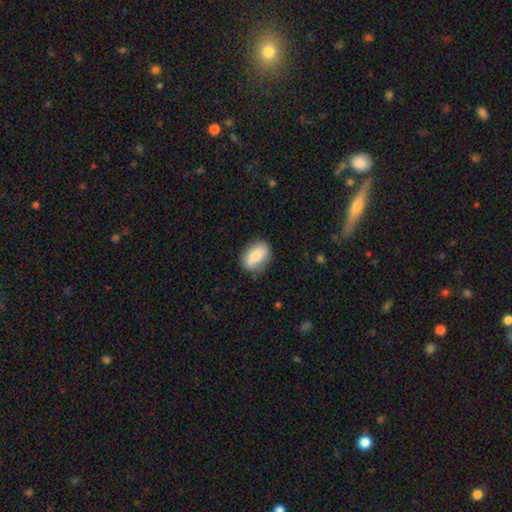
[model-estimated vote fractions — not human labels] The model was most divided on "smooth or featured": smooth: 75%, featured or disk: 18%, star or artifact: 7%. More confident: how rounded — in between (83%); merging — none (78%).